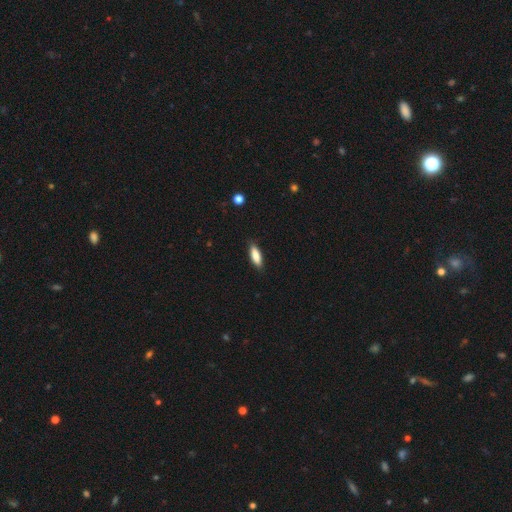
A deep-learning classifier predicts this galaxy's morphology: type=smooth (85%); roundness=in between (57%); merging=none (86%).